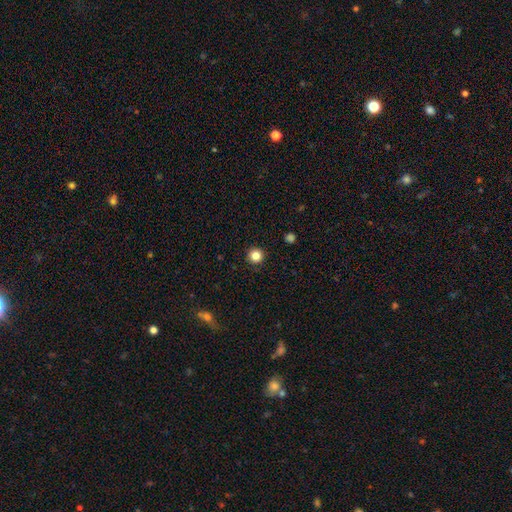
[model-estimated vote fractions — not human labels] Smooth or featured? Predicted: smooth (p=0.84). How rounded? Predicted: round (p=0.96). Merging? Predicted: none (p=0.93).